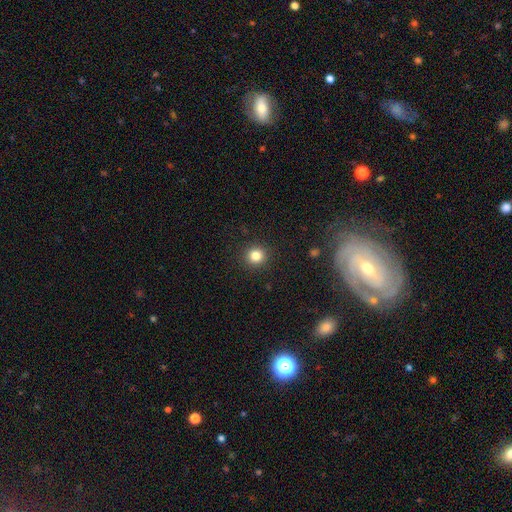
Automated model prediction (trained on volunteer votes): Smooth or featured: smooth — 83% (star or artifact — 12%)
How rounded: round — 92% (in between — 7%)
Merging: none — 92% (minor disturbance — 5%)